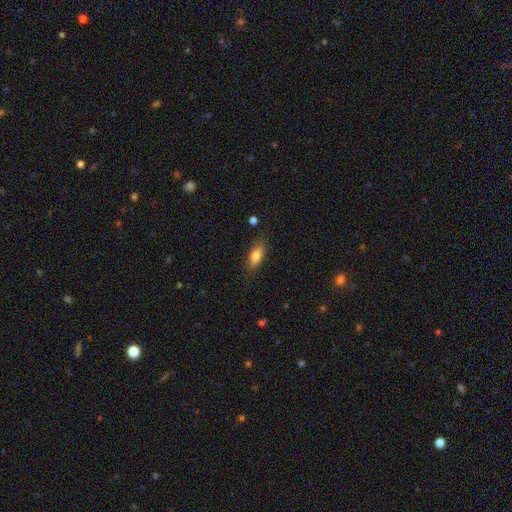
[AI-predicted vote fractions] Q: Smooth or featured?
A: smooth (78%); runner-up: featured or disk (14%)
Q: How rounded?
A: in between (77%); runner-up: cigar-shaped (19%)
Q: Merging?
A: none (81%); runner-up: minor disturbance (14%)